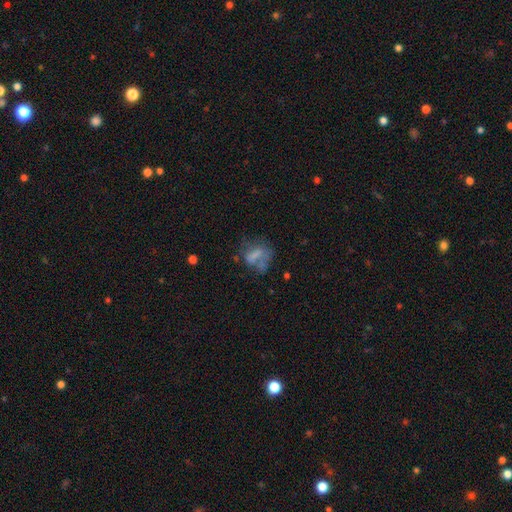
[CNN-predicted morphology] smooth_or_featured: smooth (p=0.55) [alt: featured or disk p=0.32]
how_rounded: in between (p=0.64) [alt: round p=0.27]
merging: none (p=0.34) [alt: major disturbance p=0.30]